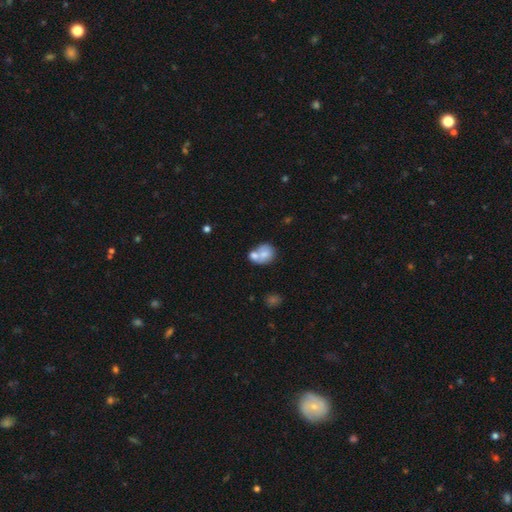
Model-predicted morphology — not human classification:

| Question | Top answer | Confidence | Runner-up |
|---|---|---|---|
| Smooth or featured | smooth | 67% | featured or disk (25%) |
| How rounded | round | 54% | in between (45%) |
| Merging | merger | 58% | none (27%) |